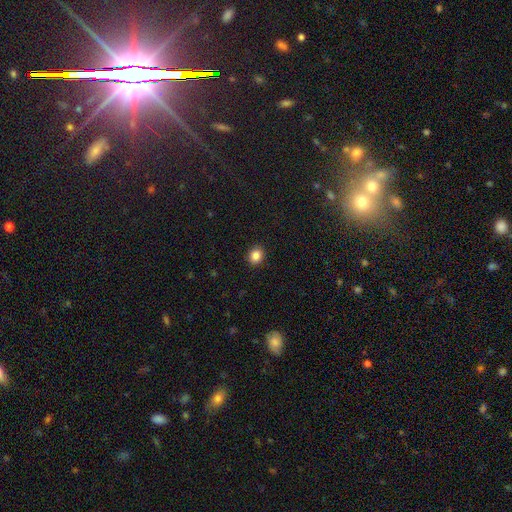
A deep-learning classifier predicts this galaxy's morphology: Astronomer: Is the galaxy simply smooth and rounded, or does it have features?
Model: smooth — 86%.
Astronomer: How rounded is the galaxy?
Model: round — 72%.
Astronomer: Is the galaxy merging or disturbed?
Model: none — 91%.